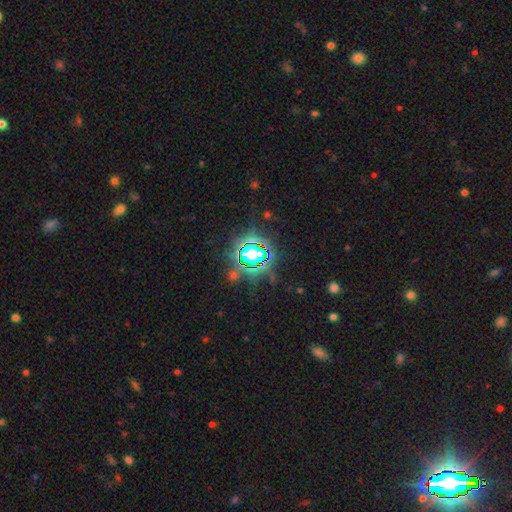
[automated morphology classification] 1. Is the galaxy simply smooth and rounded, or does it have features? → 74% star or artifact, 16% smooth, 11% featured or disk.